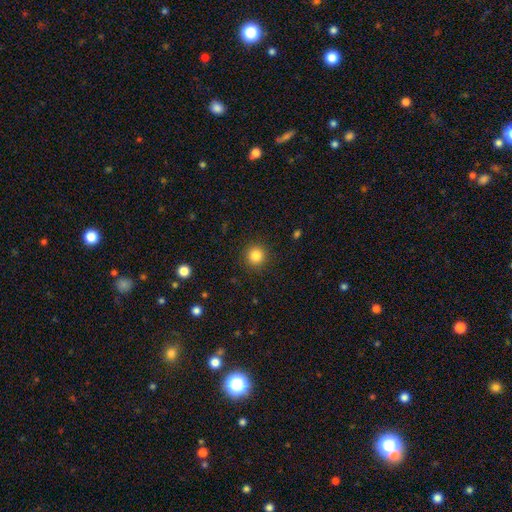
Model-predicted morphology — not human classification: Overall: smooth (84%). How rounded: round (94%). Merging: none (91%).